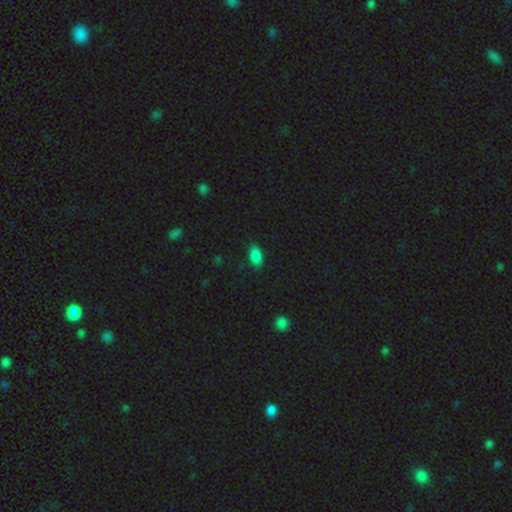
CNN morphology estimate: smooth_or_featured: smooth (p=0.84) [alt: star or artifact p=0.11]
how_rounded: in between (p=0.90) [alt: round p=0.05]
merging: none (p=0.80) [alt: minor disturbance p=0.16]